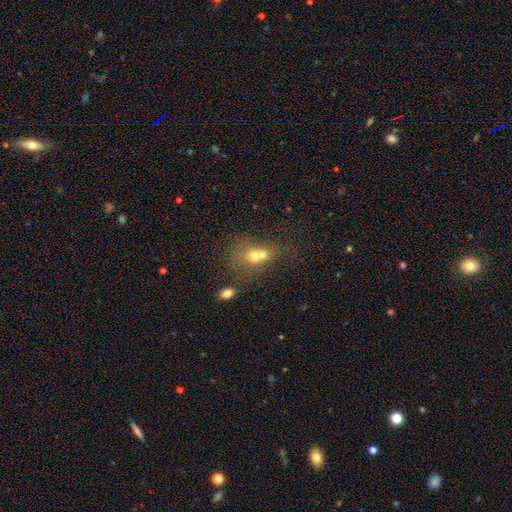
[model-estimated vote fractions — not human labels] A smooth galaxy with no disk features (63%) that is round (62%). Merging: merger (65%).